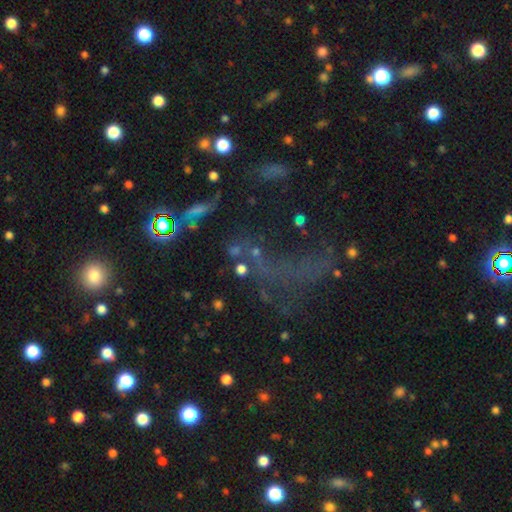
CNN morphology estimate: A star or artifact, not a galaxy (43%).

Vote fractions:
- Smooth or featured? star or artifact: 43% / featured or disk: 29% / smooth: 28%